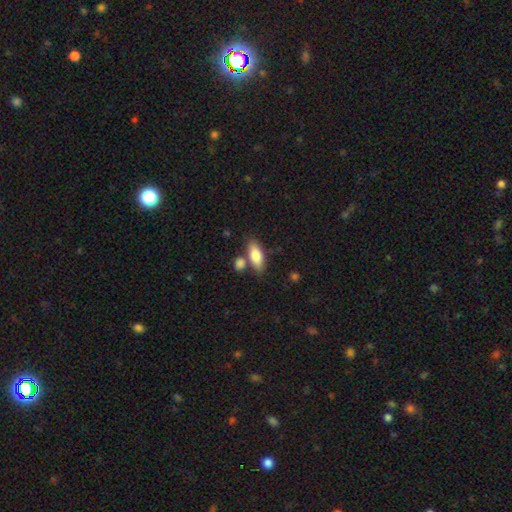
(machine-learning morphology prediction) Smooth or featured: smooth — 80% (featured or disk — 14%)
How rounded: in between — 75% (cigar-shaped — 21%)
Merging: none — 67% (merger — 18%)